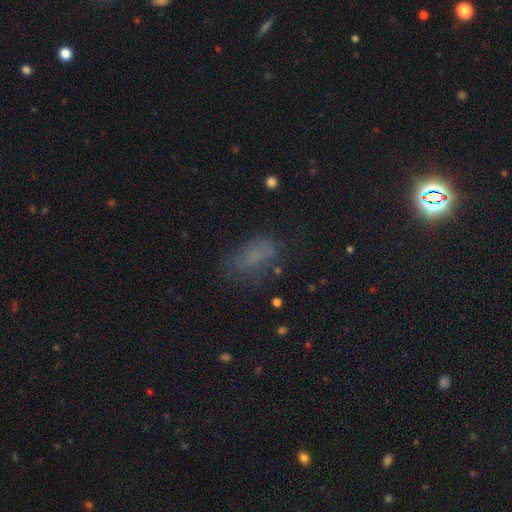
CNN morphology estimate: Overall: smooth (59%; star or artifact 23%). How rounded: in between (86%). Merging: none (56%; minor disturbance 23%).